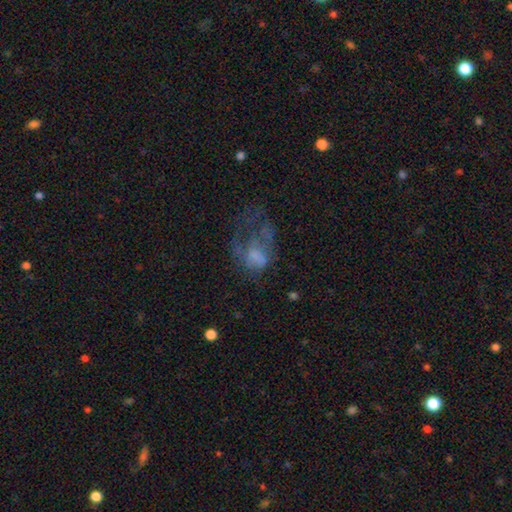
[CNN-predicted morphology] This appears to be a smooth galaxy with no disk features (43%). Merging: major disturbance (58%).